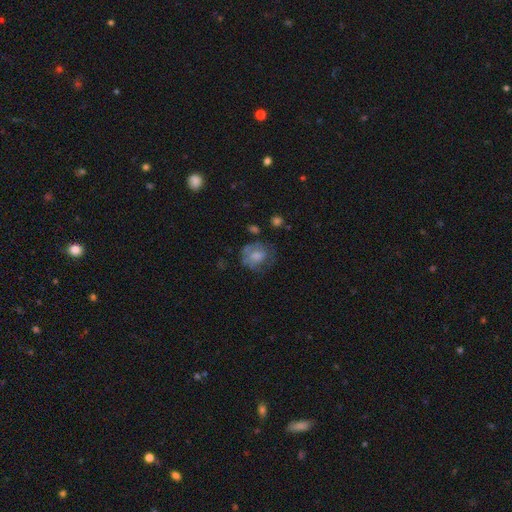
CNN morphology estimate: Smooth or featured?
  - smooth: 62% *
  - featured or disk: 29%
  - star or artifact: 9%
How rounded?
  - round: 64% *
  - in between: 35%
  - cigar-shaped: 1%
Merging?
  - none: 48% *
  - minor disturbance: 27%
  - major disturbance: 22%
  - merger: 4%